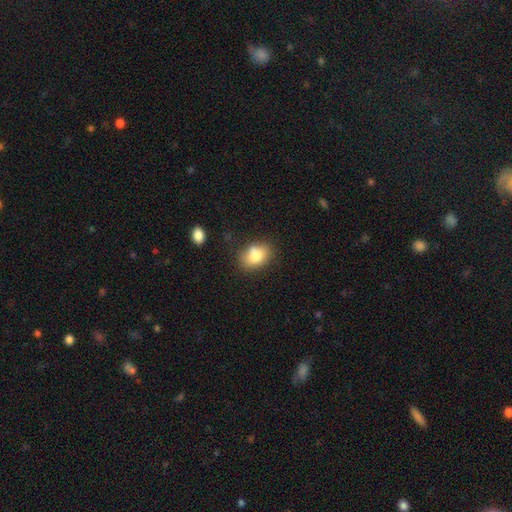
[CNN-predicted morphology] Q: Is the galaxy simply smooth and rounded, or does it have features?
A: smooth — 79%.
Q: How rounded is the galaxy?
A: in between — 69%.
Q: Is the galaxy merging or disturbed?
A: none — 68%.